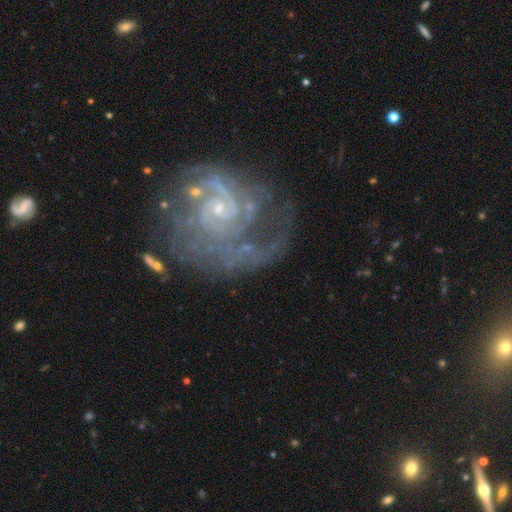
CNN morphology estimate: smooth_or_featured: featured or disk (p=0.85) [alt: star or artifact p=0.09]
disk_edge_on: no (p=0.98) [alt: yes p=0.02]
bar: no (p=0.68) [alt: weak p=0.27]
has_spiral_arms: yes (p=0.93) [alt: no p=0.07]
spiral_winding: tight (p=0.47) [alt: medium p=0.38]
spiral_arm_count: 2 (p=0.31) [alt: can't tell p=0.30]
bulge_size: small (p=0.77) [alt: moderate p=0.12]
merging: none (p=0.55) [alt: major disturbance p=0.21]